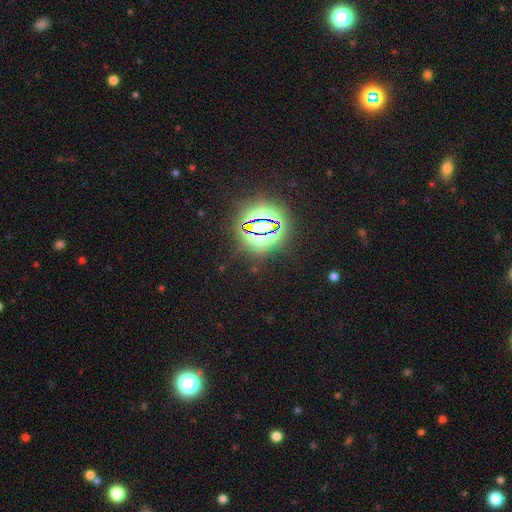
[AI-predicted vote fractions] A star or artifact, not a galaxy (82%).